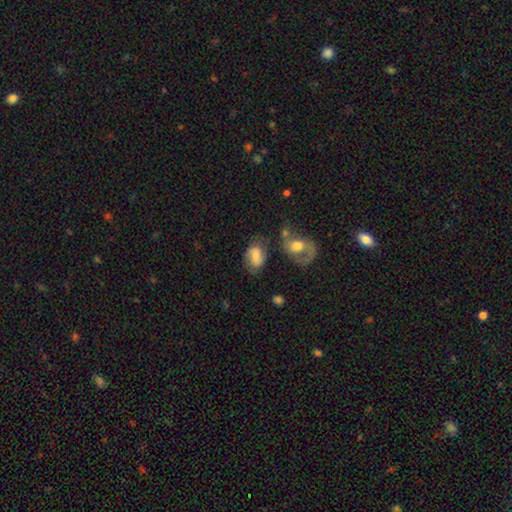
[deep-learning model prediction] Smooth or featured? smooth (57%)
How rounded? in between (77%)
Merging? none (54%)